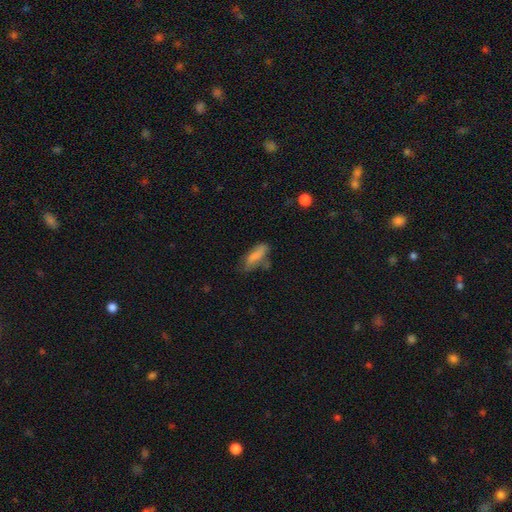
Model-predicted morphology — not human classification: Smooth or featured? smooth (75%)
How rounded? in between (57%)
Merging? none (46%)